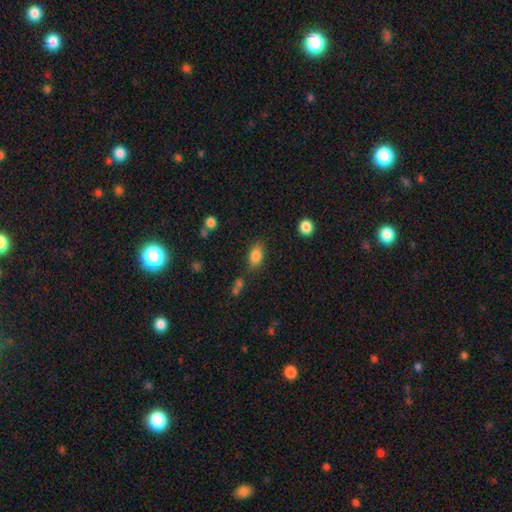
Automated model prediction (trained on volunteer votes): Smooth or featured?
  - smooth: 84% *
  - star or artifact: 9%
  - featured or disk: 7%
How rounded?
  - in between: 88% *
  - round: 9%
  - cigar-shaped: 3%
Merging?
  - none: 78% *
  - minor disturbance: 14%
  - merger: 5%
  - major disturbance: 4%